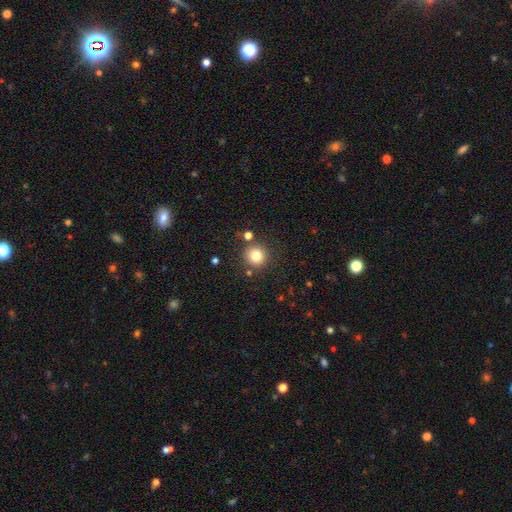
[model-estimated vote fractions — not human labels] This is clearly a smooth galaxy (80%). How rounded: clearly round (93%). Merging: clearly none (84%).